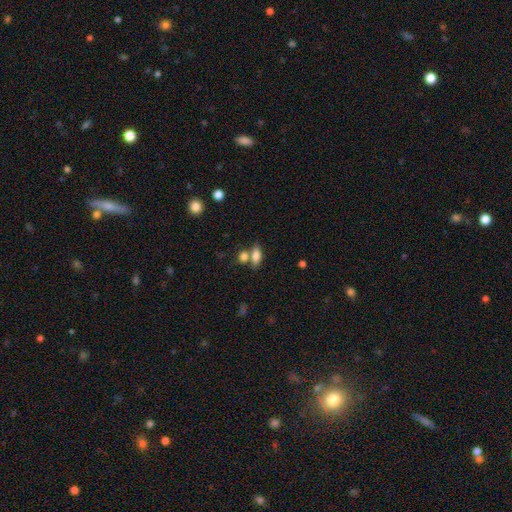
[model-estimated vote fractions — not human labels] A smooth galaxy with no disk features (80%) that is in between round and cigar-shaped (80%).

Vote fractions:
- Smooth or featured? smooth: 80% / featured or disk: 12% / star or artifact: 8%
- How rounded? in between: 80% / cigar-shaped: 13% / round: 7%
- Merging? none: 54% / merger: 30% / minor disturbance: 11% / major disturbance: 4%